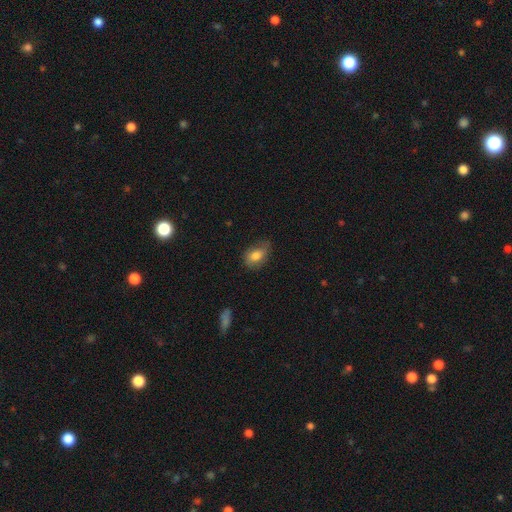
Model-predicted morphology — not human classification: This is likely a smooth galaxy (75%). How rounded: clearly in between (82%). Merging: possibly none (57%).